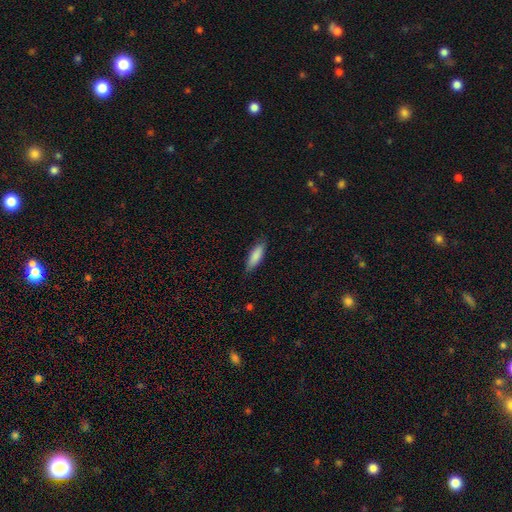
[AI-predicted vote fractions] A smooth galaxy with no disk features (85%) that is in between round and cigar-shaped (56%). Merging: none (80%).